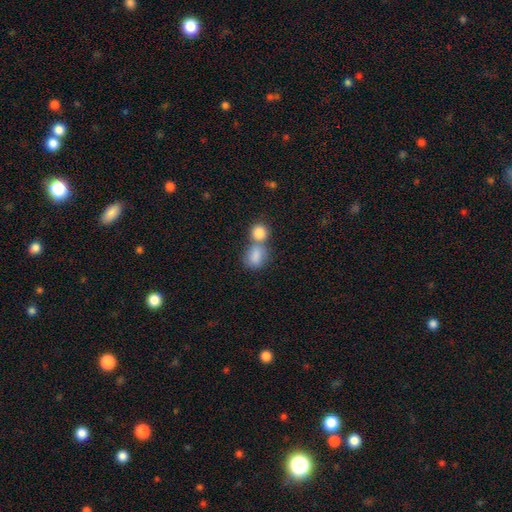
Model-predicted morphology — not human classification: type=smooth (84%); roundness=round (51%); merging=merger (54%).